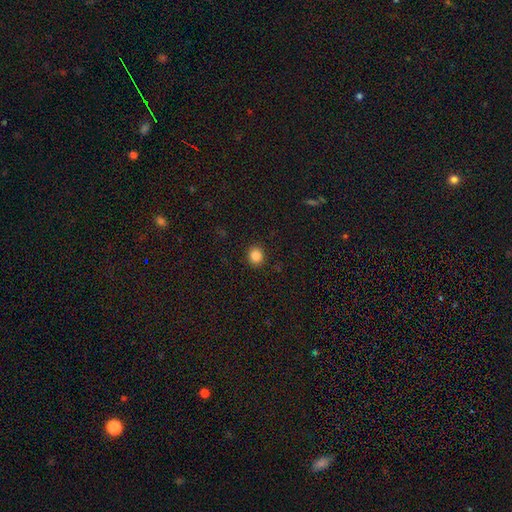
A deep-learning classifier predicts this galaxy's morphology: A smooth galaxy with no disk features (86%) that is round (80%). Merging: none (90%).